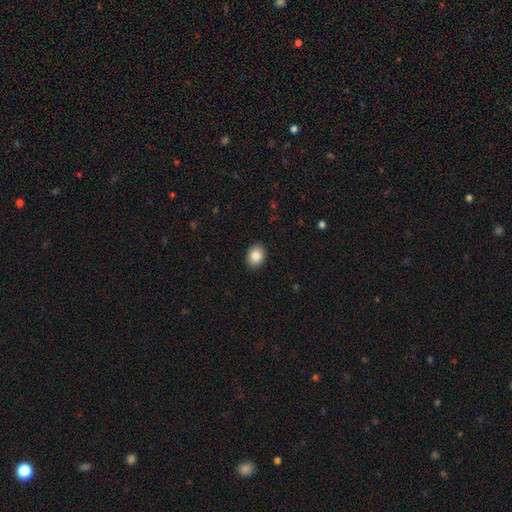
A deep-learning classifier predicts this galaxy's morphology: Smooth or featured? smooth (86%)
How rounded? in between (54%)
Merging? none (91%)